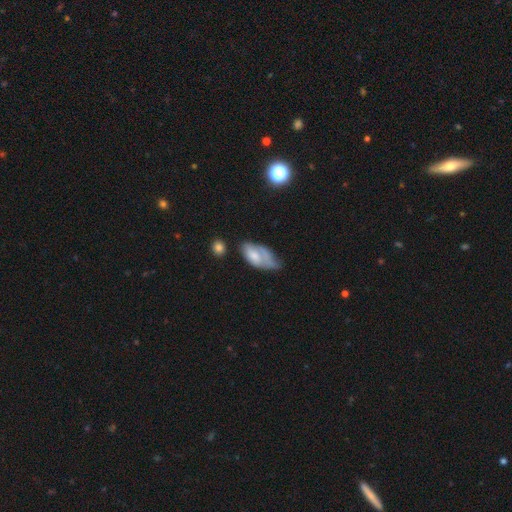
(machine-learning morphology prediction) Smooth or featured? smooth (62%)
How rounded? in between (90%)
Merging? minor disturbance (38%)